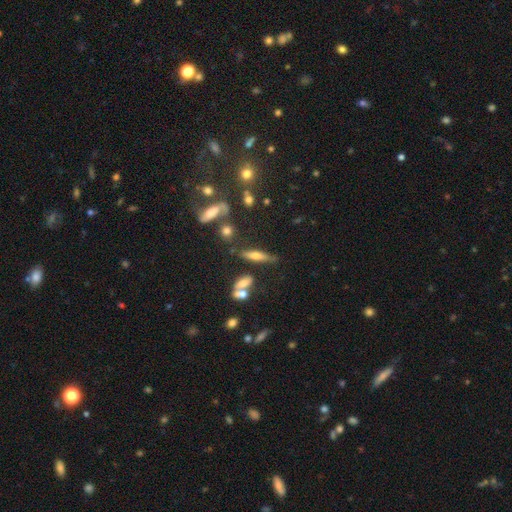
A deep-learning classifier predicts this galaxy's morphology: Smooth or featured?
  - featured or disk: 46% *
  - smooth: 44%
  - star or artifact: 10%
Merging?
  - none: 65% *
  - minor disturbance: 18%
  - merger: 11%
  - major disturbance: 6%